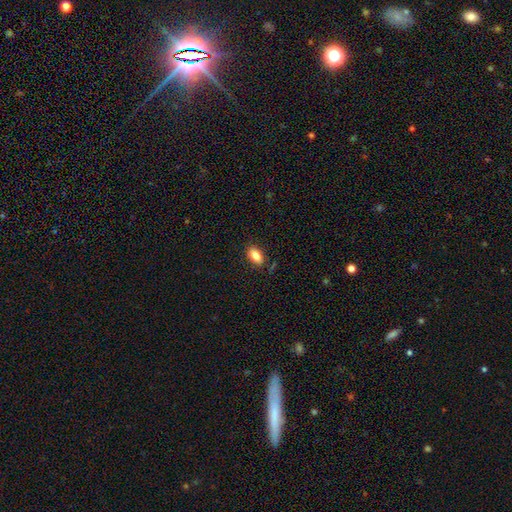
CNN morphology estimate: Q: Smooth or featured?
A: smooth (84%); runner-up: star or artifact (8%)
Q: How rounded?
A: in between (90%); runner-up: round (5%)
Q: Merging?
A: none (84%); runner-up: minor disturbance (12%)